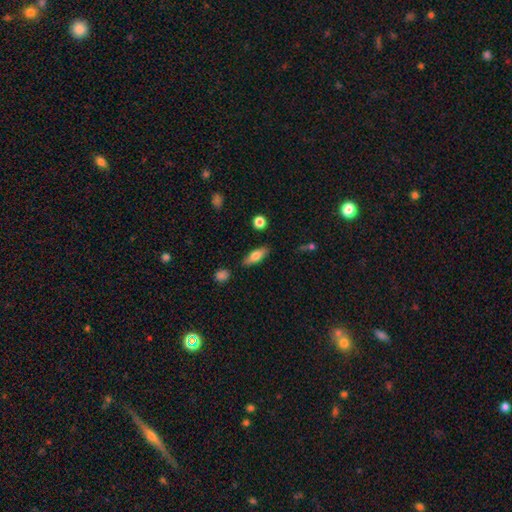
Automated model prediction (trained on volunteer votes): Smooth or featured? Predicted: smooth (p=0.73). How rounded? Predicted: in between (p=0.68). Merging? Predicted: none (p=0.84).